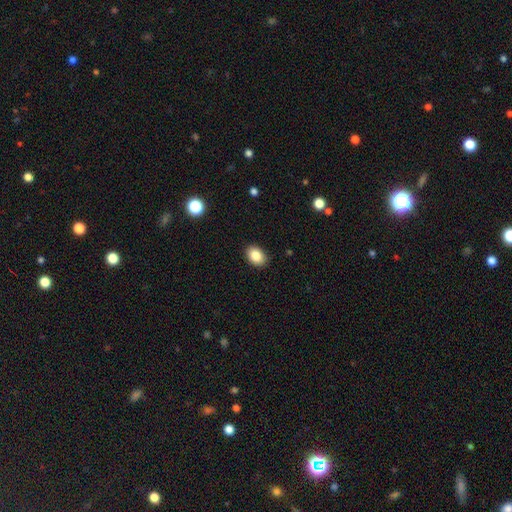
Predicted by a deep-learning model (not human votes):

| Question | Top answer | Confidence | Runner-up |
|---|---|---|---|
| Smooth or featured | smooth | 86% | star or artifact (9%) |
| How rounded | in between | 75% | round (24%) |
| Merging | none | 89% | minor disturbance (8%) |